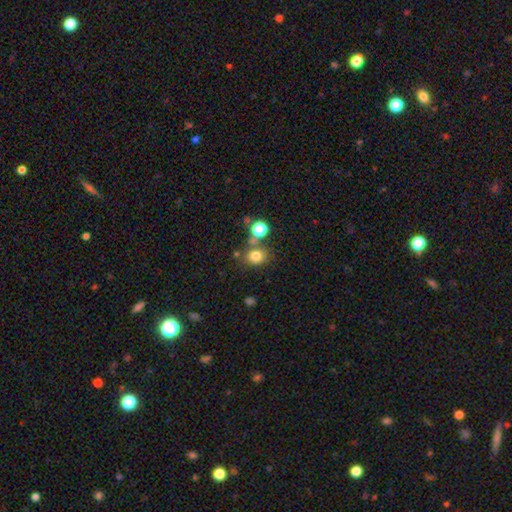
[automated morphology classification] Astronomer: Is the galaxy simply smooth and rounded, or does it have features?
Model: smooth — 77%.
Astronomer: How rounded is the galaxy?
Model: round — 68%.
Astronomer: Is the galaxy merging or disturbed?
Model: none — 68%.